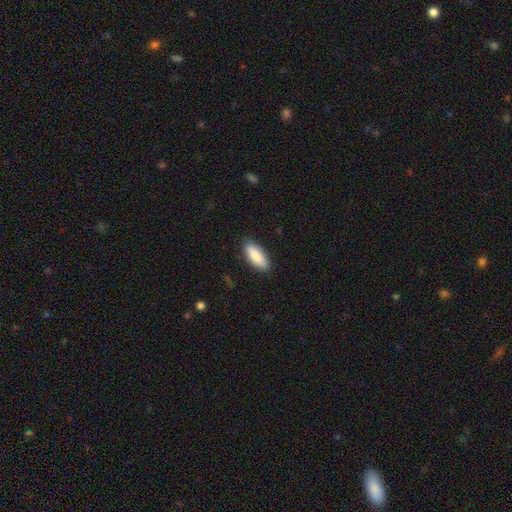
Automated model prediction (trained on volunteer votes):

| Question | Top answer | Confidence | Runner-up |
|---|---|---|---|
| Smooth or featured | smooth | 89% | featured or disk (6%) |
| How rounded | in between | 73% | cigar-shaped (25%) |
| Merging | none | 87% | minor disturbance (10%) |